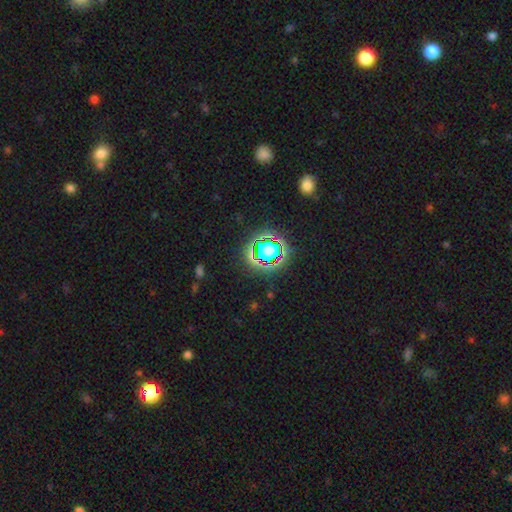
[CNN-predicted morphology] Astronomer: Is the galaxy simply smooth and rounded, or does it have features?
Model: star or artifact — 71%.